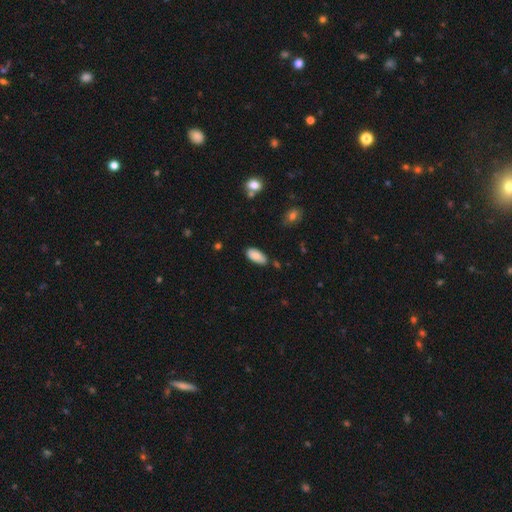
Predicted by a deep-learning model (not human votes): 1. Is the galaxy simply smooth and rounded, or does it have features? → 82% smooth, 11% featured or disk, 7% star or artifact.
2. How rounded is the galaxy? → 92% in between, 6% cigar-shaped, 2% round.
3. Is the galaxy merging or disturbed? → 74% none, 20% minor disturbance, 4% merger, 3% major disturbance.